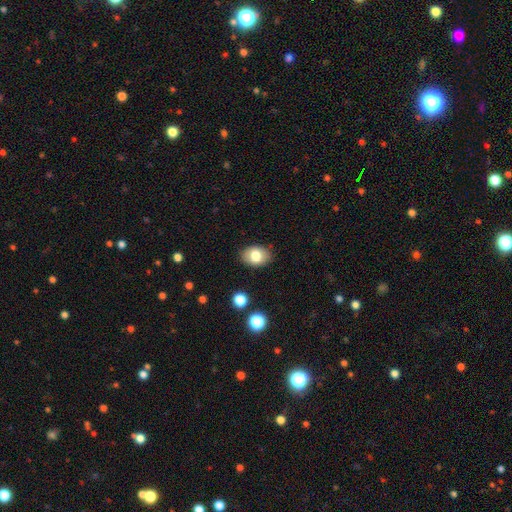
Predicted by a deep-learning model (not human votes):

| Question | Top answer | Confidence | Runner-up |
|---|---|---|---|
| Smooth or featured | smooth | 77% | featured or disk (14%) |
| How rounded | in between | 78% | round (21%) |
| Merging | none | 85% | minor disturbance (11%) |